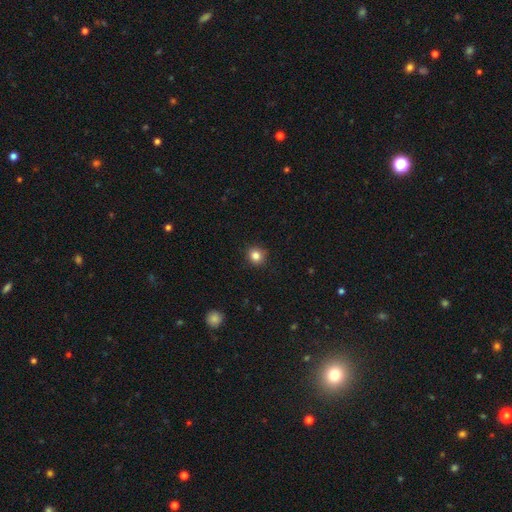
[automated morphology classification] Q: Smooth or featured?
A: smooth (84%); runner-up: star or artifact (11%)
Q: How rounded?
A: round (91%); runner-up: in between (8%)
Q: Merging?
A: none (91%); runner-up: minor disturbance (6%)